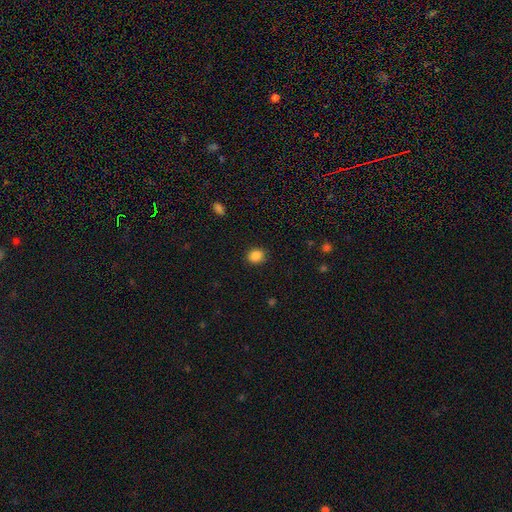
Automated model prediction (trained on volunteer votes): The model was most divided on "how rounded": round: 65%, in between: 34%, cigar-shaped: 1%. More confident: merging — none (89%); smooth or featured — smooth (86%).